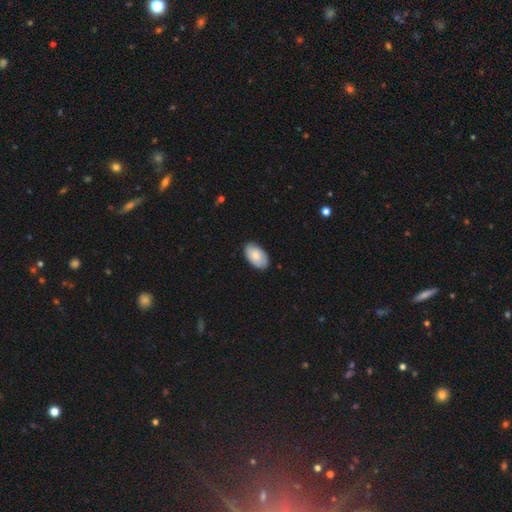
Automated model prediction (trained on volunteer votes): Q: Smooth or featured?
A: smooth (80%); runner-up: featured or disk (15%)
Q: How rounded?
A: in between (94%); runner-up: round (4%)
Q: Merging?
A: none (85%); runner-up: minor disturbance (12%)